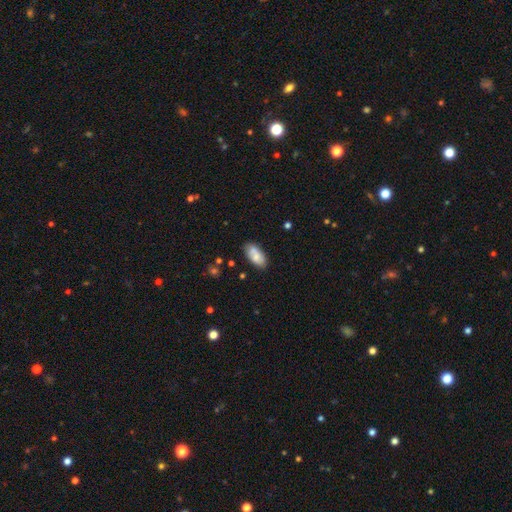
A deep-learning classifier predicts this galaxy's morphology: smooth-or-featured: smooth: 73% | featured or disk: 19% | star or artifact: 7%
  how-rounded: in between: 90% | cigar-shaped: 7% | round: 3%
  merging: none: 63% | minor disturbance: 17% | merger: 16% | major disturbance: 4%